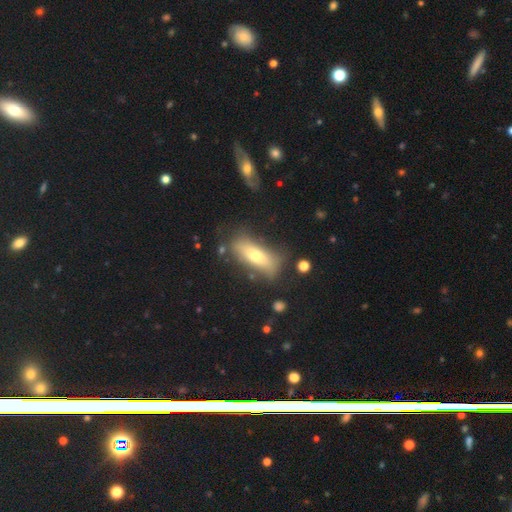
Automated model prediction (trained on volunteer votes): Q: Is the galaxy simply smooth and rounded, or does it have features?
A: smooth — 62%.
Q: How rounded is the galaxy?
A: in between — 59%.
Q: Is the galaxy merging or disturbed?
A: none — 66%.